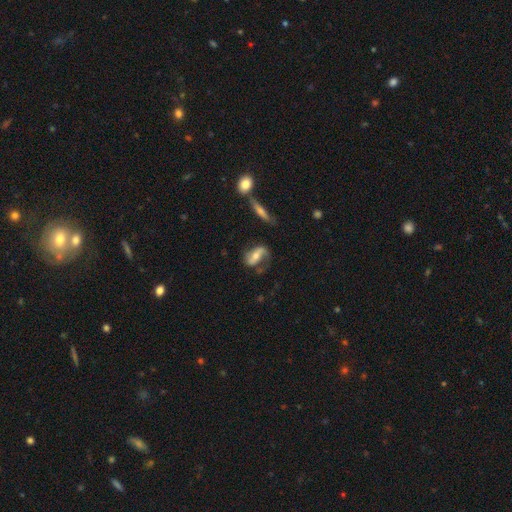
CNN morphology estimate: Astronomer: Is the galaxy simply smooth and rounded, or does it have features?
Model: featured or disk — 68%.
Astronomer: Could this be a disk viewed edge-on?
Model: no — 91%.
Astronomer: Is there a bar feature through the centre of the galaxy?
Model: strong — 40% (runner-up: weak, 31%).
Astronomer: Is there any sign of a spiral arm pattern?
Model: yes — 87%.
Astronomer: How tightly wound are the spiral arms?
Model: loose — 49% (runner-up: medium, 35%).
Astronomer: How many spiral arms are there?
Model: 2 — 79%.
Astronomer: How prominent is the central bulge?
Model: moderate — 52% (runner-up: small, 37%).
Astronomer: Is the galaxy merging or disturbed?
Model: none — 59%.